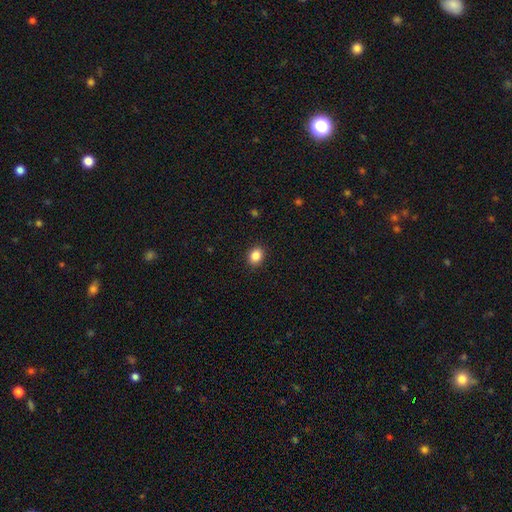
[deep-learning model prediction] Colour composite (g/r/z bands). It shows a smooth galaxy with no disk features (86%) that is round (50%). Merging: none (90%).